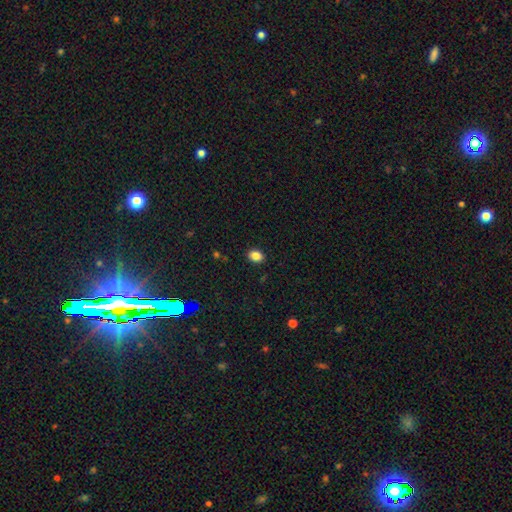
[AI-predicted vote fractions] smooth 85%, star or artifact 10%, featured or disk 4%. Down the decision tree: how rounded — in between (64%); merging — none (89%).